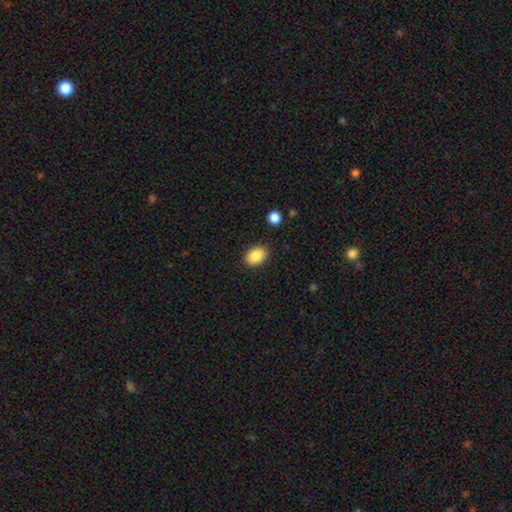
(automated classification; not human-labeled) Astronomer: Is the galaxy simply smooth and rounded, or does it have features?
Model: smooth — 88%.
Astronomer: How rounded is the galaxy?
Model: in between — 80%.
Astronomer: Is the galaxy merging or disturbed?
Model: none — 87%.